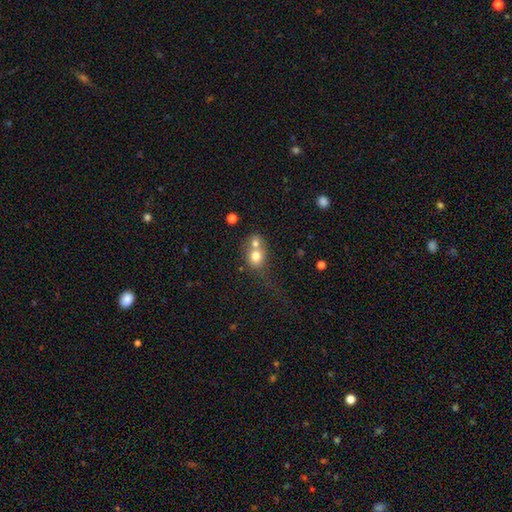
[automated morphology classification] smooth_or_featured: smooth (p=0.73) [alt: featured or disk p=0.16]
how_rounded: round (p=0.65) [alt: in between p=0.34]
merging: merger (p=0.60) [alt: none p=0.27]